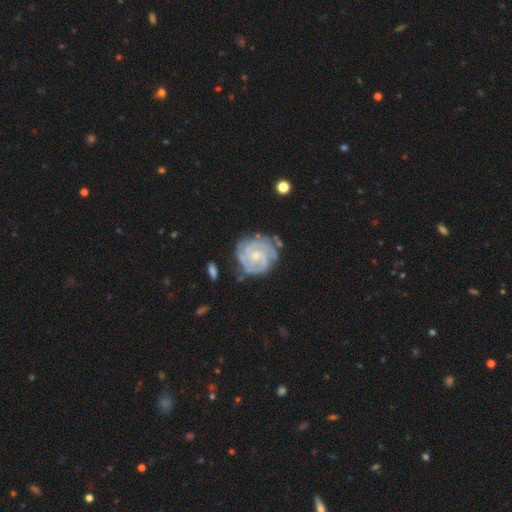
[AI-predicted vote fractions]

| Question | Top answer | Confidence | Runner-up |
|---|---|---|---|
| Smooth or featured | featured or disk | 84% | smooth (11%) |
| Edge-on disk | no | 98% | yes (2%) |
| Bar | no | 70% | weak (26%) |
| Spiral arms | yes | 95% | no (5%) |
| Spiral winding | tight | 73% | medium (23%) |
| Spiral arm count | can't tell | 28% | 2 (27%) |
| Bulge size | small | 65% | moderate (30%) |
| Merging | none | 69% | minor disturbance (20%) |